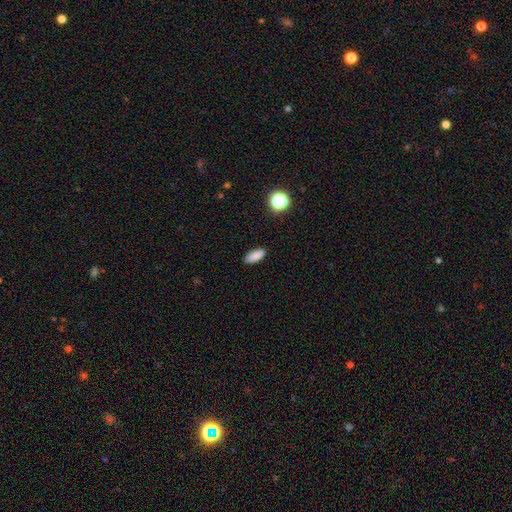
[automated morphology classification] This appears to be a smooth galaxy with no disk features (86%) that is in between round and cigar-shaped (81%). Merging: none (87%).